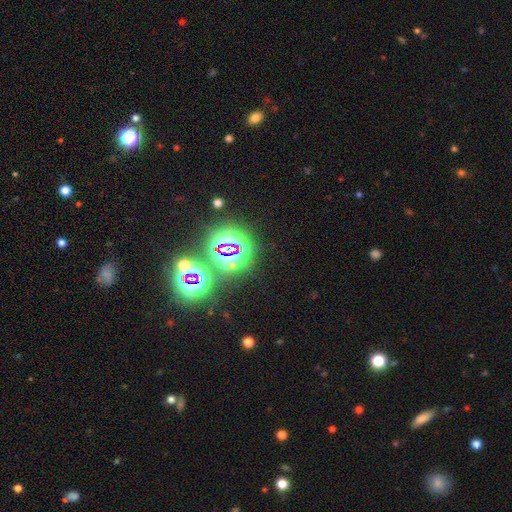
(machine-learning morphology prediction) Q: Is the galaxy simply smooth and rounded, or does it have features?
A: star or artifact — 76%.